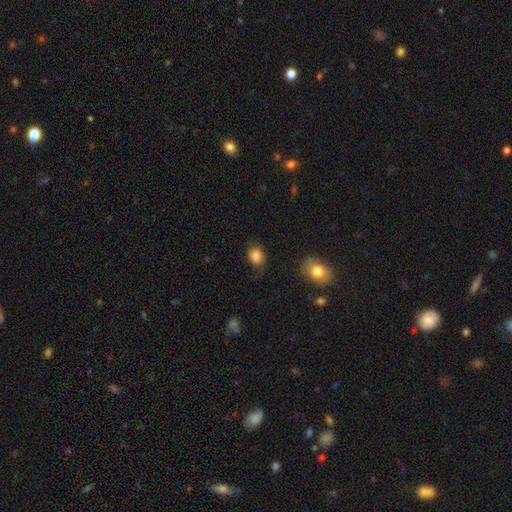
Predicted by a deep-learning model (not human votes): Smooth or featured? smooth (84%)
How rounded? in between (51%)
Merging? none (65%)